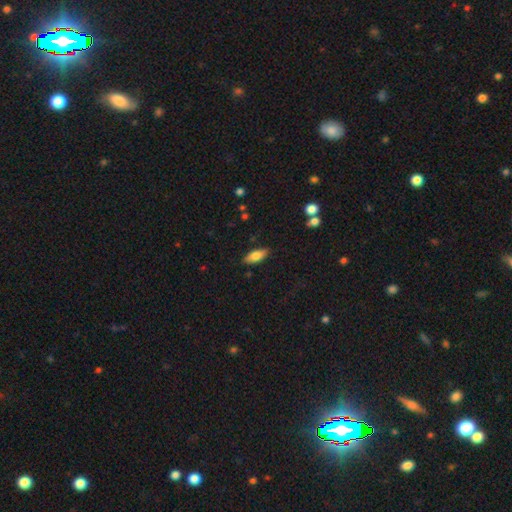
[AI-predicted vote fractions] A smooth galaxy with no disk features (78%) that is in between round and cigar-shaped (78%). Merging: none (86%).